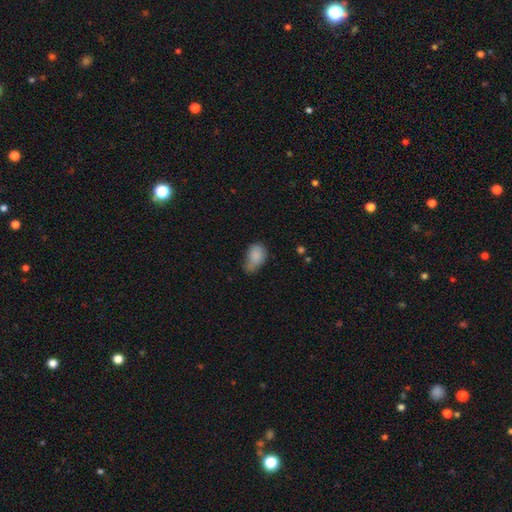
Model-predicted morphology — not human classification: A smooth galaxy with no disk features (83%) that is in between round and cigar-shaped (84%).

Vote fractions:
- Smooth or featured? smooth: 83% / featured or disk: 9% / star or artifact: 8%
- How rounded? in between: 84% / round: 15% / cigar-shaped: 2%
- Merging? minor disturbance: 44% / none: 34% / major disturbance: 15% / merger: 7%